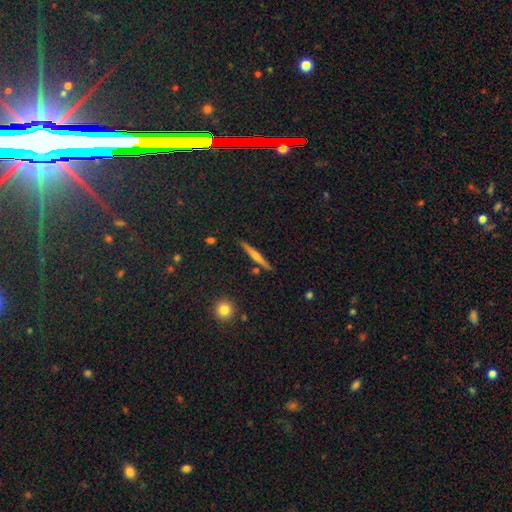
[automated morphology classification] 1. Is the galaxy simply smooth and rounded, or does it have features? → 59% featured or disk, 33% smooth, 8% star or artifact.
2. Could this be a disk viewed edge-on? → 97% yes, 3% no.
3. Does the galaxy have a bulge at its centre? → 69% rounded, 22% none, 9% boxy.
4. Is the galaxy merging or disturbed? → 89% none, 7% minor disturbance, 2% merger, 2% major disturbance.